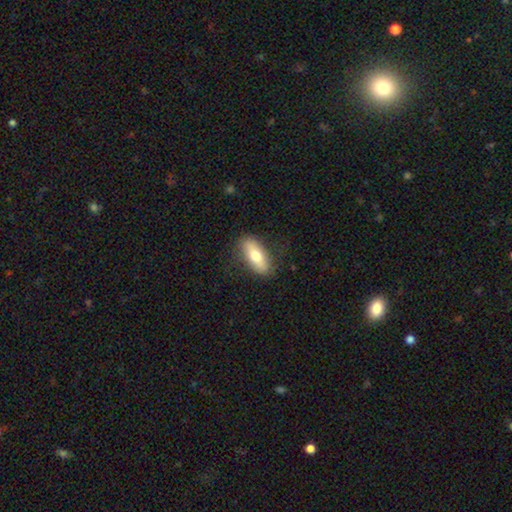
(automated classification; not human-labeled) smooth 68%, featured or disk 26%, star or artifact 6%. Down the decision tree: how rounded — in between (71%); merging — none (83%).